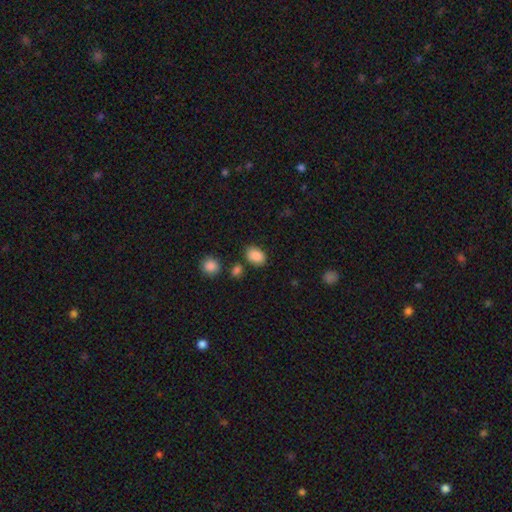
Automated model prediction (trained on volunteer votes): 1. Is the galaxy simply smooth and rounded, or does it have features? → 88% smooth, 8% star or artifact, 4% featured or disk.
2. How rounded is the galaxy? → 79% in between, 20% round, 1% cigar-shaped.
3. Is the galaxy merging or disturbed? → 79% none, 12% minor disturbance, 6% merger, 3% major disturbance.